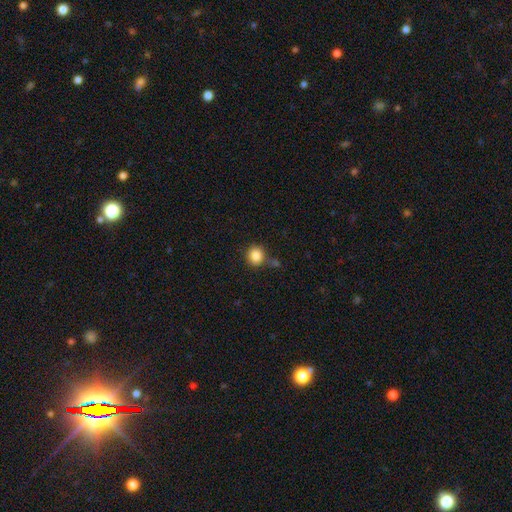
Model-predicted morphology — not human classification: smooth 86%, star or artifact 10%, featured or disk 4%. Down the decision tree: how rounded — round (88%); merging — none (75%).